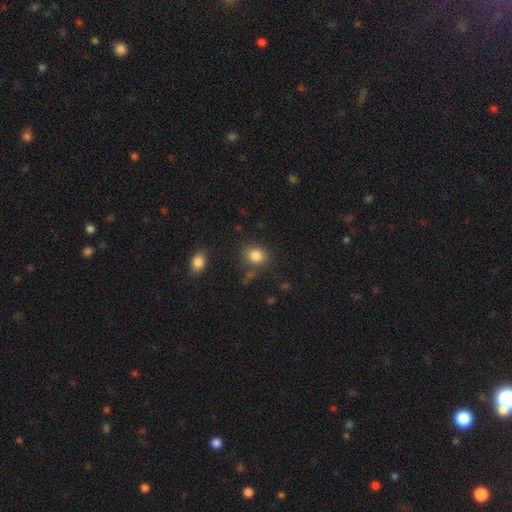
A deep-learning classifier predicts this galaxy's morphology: Smooth or featured?
  - smooth: 84% *
  - star or artifact: 10%
  - featured or disk: 6%
How rounded?
  - round: 59% *
  - in between: 40%
  - cigar-shaped: 1%
Merging?
  - none: 78% *
  - minor disturbance: 13%
  - merger: 5%
  - major disturbance: 4%